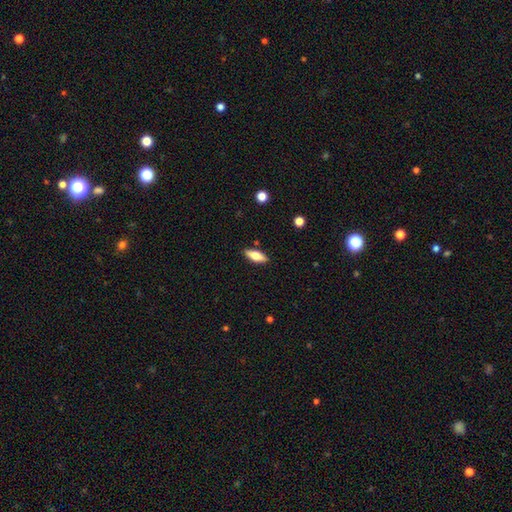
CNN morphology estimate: smooth_or_featured: smooth (p=0.67) [alt: featured or disk p=0.26]
how_rounded: in between (p=0.69) [alt: cigar-shaped p=0.28]
merging: none (p=0.87) [alt: minor disturbance p=0.09]